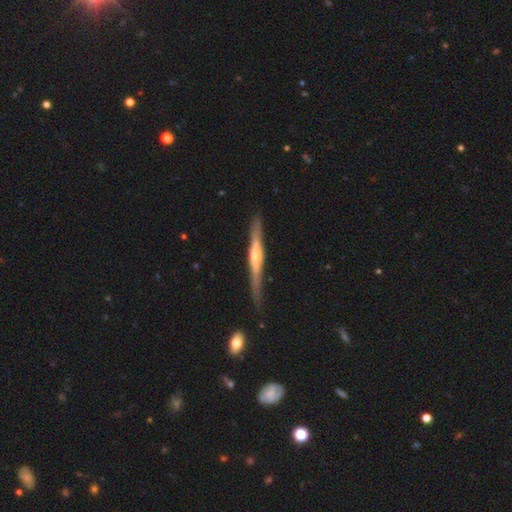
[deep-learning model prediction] smooth_or_featured: featured or disk (p=0.73) [alt: smooth p=0.22]
disk_edge_on: yes (p=0.96) [alt: no p=0.04]
edge_on_bulge: rounded (p=0.83) [alt: none p=0.09]
merging: none (p=0.80) [alt: minor disturbance p=0.15]